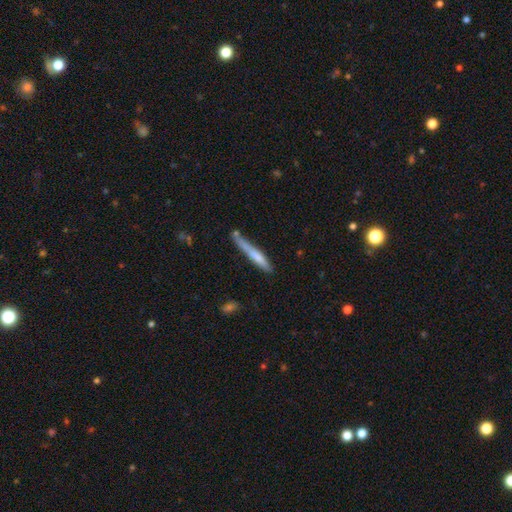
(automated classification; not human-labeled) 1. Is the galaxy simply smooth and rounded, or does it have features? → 63% smooth, 31% featured or disk, 6% star or artifact.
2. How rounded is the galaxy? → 95% cigar-shaped, 4% in between, 1% round.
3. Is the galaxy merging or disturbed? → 56% none, 25% minor disturbance, 10% merger, 9% major disturbance.